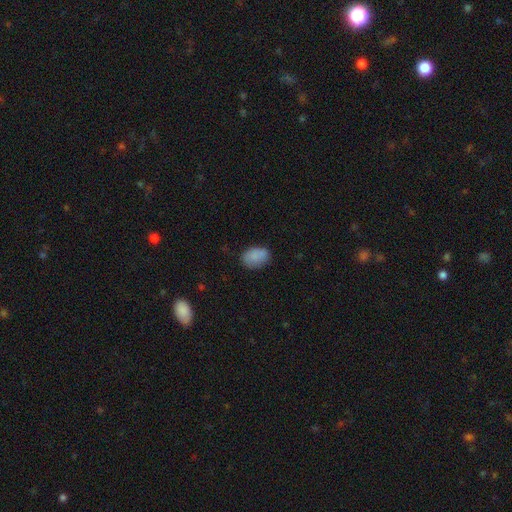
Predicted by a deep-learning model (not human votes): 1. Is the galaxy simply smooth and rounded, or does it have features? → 85% smooth, 8% star or artifact, 7% featured or disk.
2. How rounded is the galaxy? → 84% in between, 15% round, 1% cigar-shaped.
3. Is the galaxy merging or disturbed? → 75% none, 19% minor disturbance, 4% major disturbance, 2% merger.